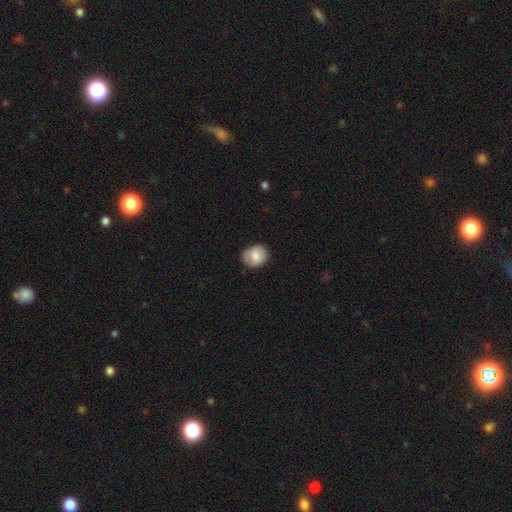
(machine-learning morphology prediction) Smooth or featured? smooth (79%)
How rounded? round (67%)
Merging? none (78%)